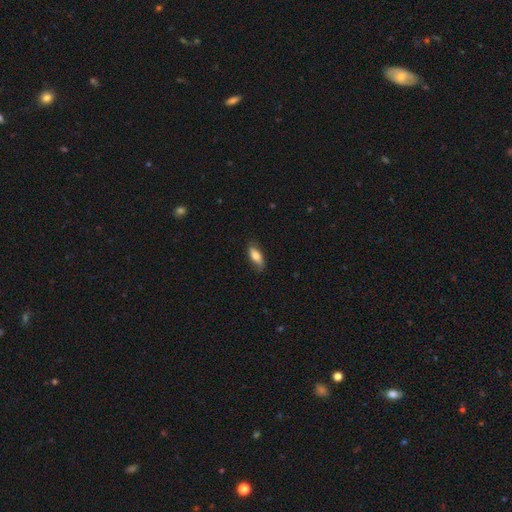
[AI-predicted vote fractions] A smooth galaxy with no disk features (73%) that is in between round and cigar-shaped (74%). Merging: none (78%).